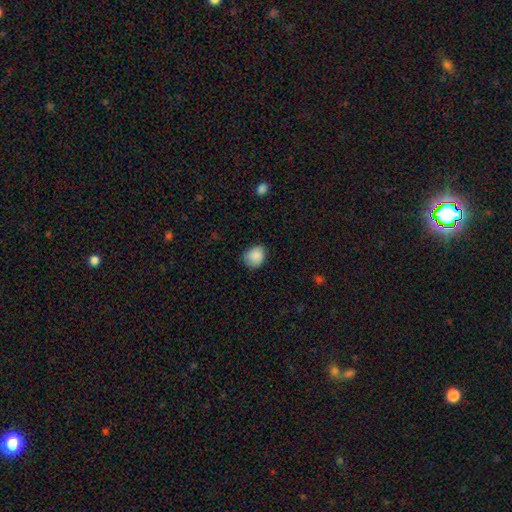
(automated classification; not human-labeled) This appears to be a smooth galaxy with no disk features (86%) that is round (61%). Merging: none (75%).